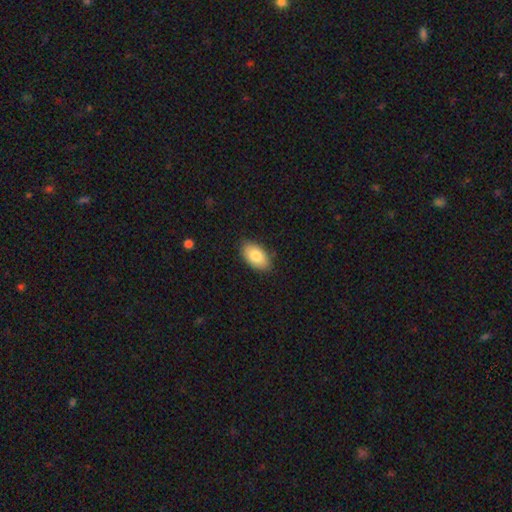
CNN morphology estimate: Smooth or featured? smooth (83%)
How rounded? in between (94%)
Merging? none (85%)